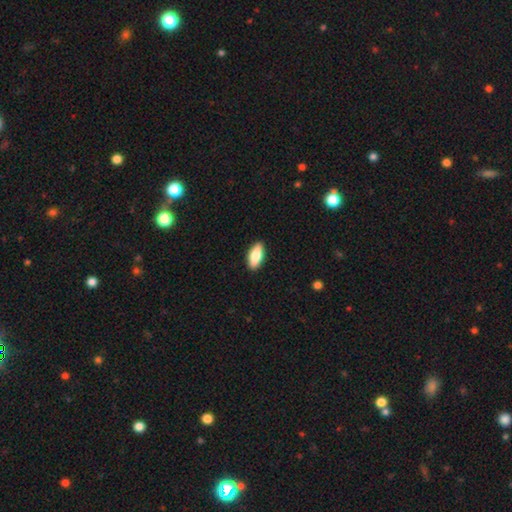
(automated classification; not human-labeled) Smooth or featured: smooth — 78% (featured or disk — 16%)
How rounded: in between — 82% (cigar-shaped — 15%)
Merging: none — 90% (minor disturbance — 7%)